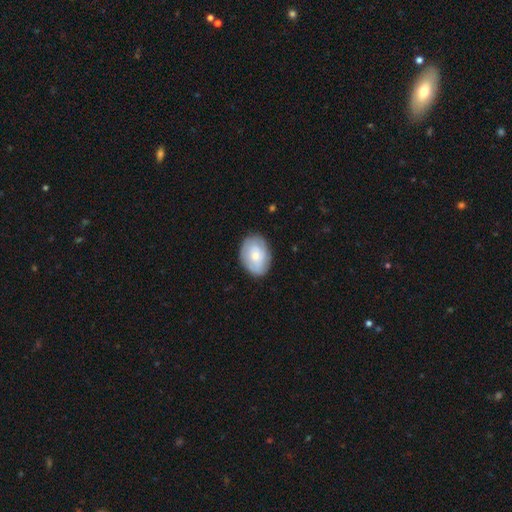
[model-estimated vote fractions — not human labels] smooth 55%, featured or disk 39%, star or artifact 6%. Down the decision tree: how rounded — in between (75%); merging — none (79%).